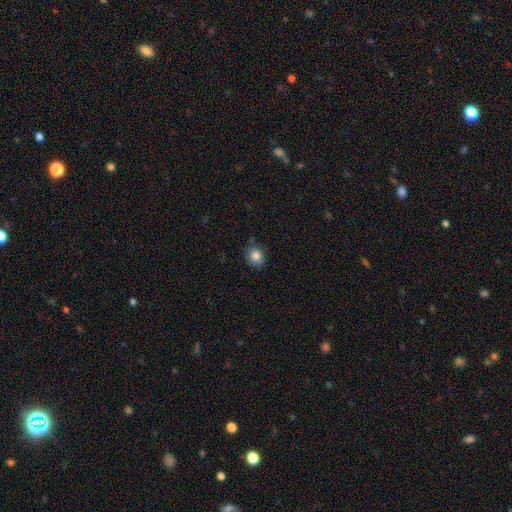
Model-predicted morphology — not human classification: Smooth or featured: smooth — 83% (star or artifact — 10%)
How rounded: round — 72% (in between — 27%)
Merging: none — 80% (minor disturbance — 15%)